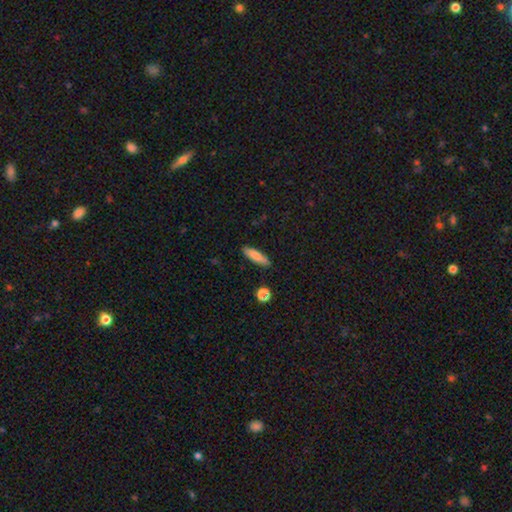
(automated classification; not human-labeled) Overall: smooth (82%). How rounded: cigar-shaped (69%). Merging: none (87%).